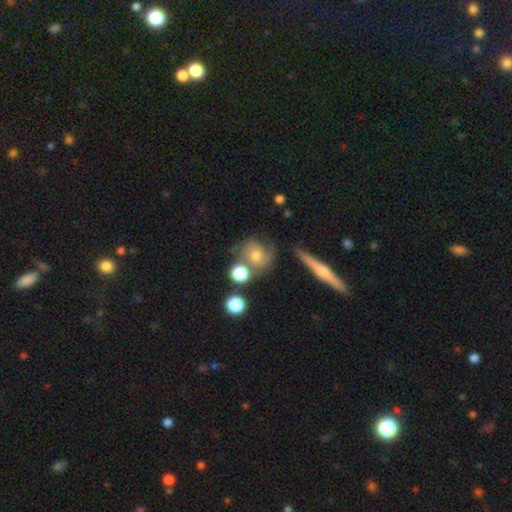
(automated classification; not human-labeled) Q: Smooth or featured?
A: smooth (49%); runner-up: featured or disk (39%)
Q: Merging?
A: none (60%); runner-up: merger (18%)